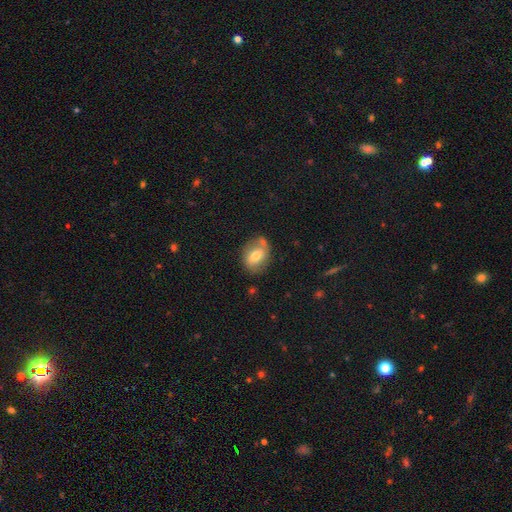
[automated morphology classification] smooth 64%, featured or disk 28%, star or artifact 8%. Down the decision tree: how rounded — in between (66%); merging — none (63%).